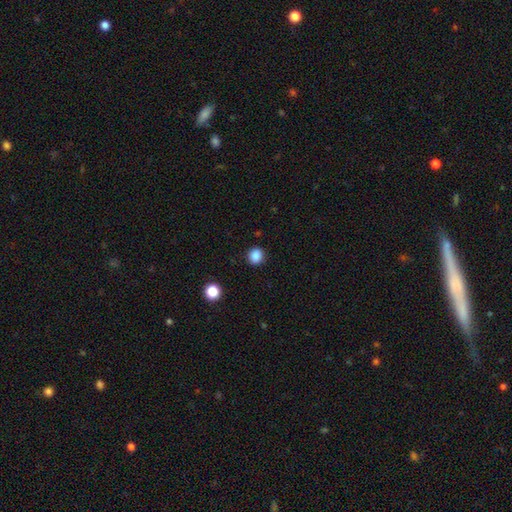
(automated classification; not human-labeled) This is clearly a smooth galaxy (86%). How rounded: clearly round (86%). Merging: clearly none (90%).